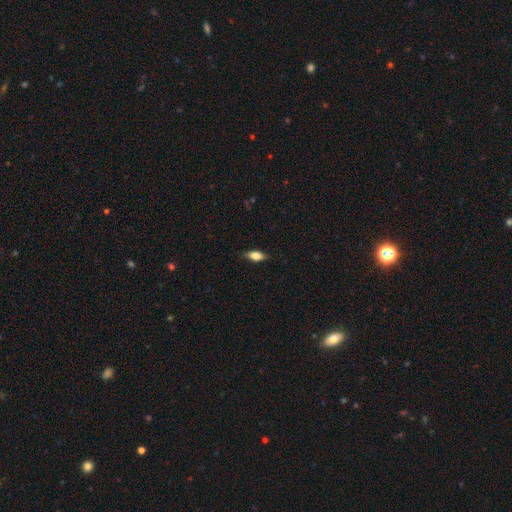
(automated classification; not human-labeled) A smooth galaxy with no disk features (71%) that is in between round and cigar-shaped (80%). Merging: none (81%).